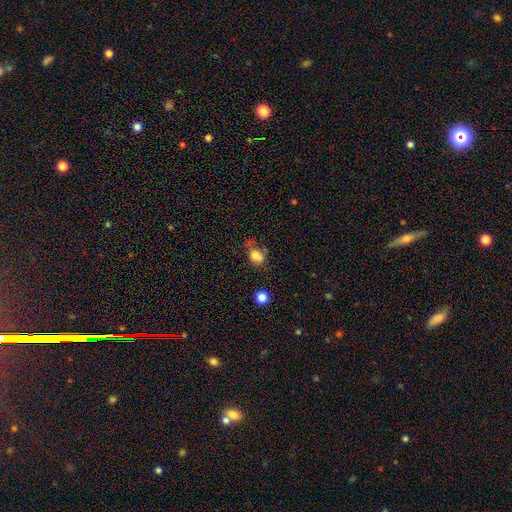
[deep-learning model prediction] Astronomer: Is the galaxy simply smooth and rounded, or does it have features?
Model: smooth — 76%.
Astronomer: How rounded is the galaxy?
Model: in between — 58% (runner-up: round, 40%).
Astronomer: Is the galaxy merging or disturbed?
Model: none — 38% (runner-up: minor disturbance, 29%).